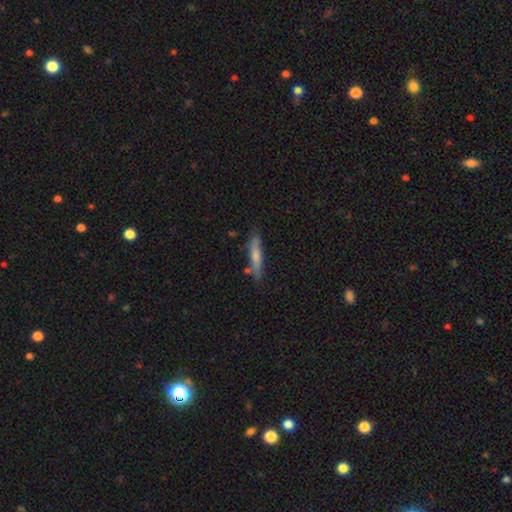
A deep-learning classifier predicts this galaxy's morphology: The model was most divided on "smooth or featured": smooth: 64%, featured or disk: 30%, star or artifact: 6%. More confident: how rounded — cigar-shaped (89%); merging — none (77%).